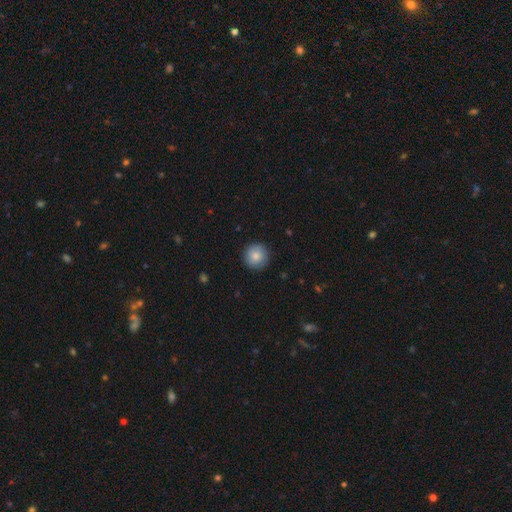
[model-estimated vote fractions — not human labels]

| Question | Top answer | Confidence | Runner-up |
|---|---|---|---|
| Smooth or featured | smooth | 83% | featured or disk (9%) |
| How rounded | round | 95% | in between (4%) |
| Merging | none | 89% | minor disturbance (8%) |